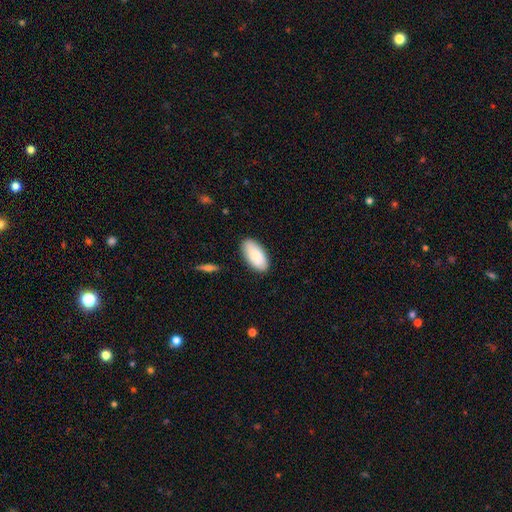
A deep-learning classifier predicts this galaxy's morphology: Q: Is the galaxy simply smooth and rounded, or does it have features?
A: smooth — 80%.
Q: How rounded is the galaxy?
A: in between — 94%.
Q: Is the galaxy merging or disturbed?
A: none — 85%.